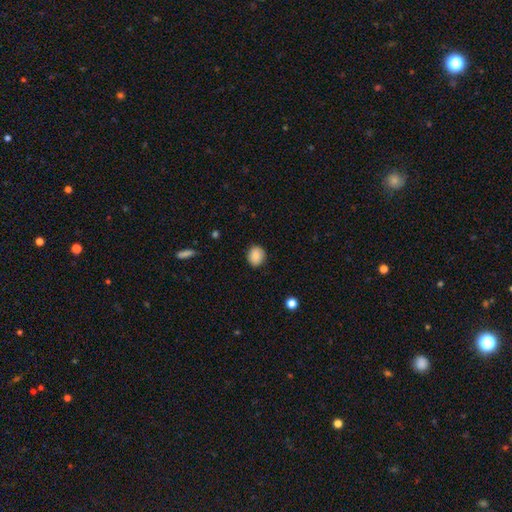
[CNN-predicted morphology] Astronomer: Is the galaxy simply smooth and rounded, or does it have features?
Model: smooth — 85%.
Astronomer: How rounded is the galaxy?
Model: round — 70%.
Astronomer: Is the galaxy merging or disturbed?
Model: none — 86%.